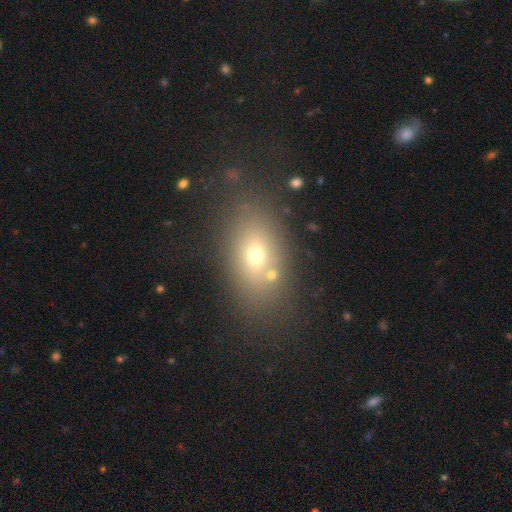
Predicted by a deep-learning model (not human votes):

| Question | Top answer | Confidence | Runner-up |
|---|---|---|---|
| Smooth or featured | smooth | 63% | featured or disk (20%) |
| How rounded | in between | 77% | round (20%) |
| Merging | none | 73% | minor disturbance (11%) |